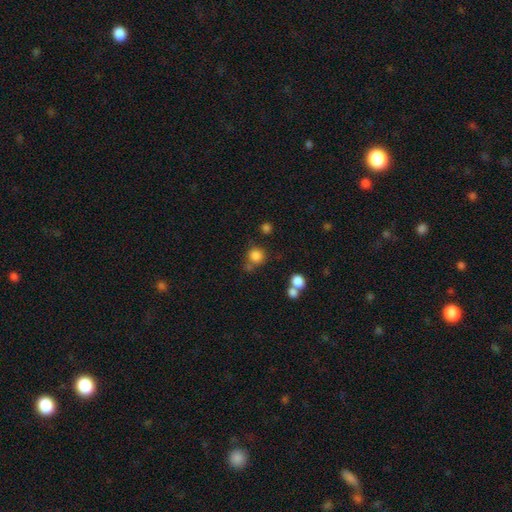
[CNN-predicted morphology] Smooth or featured?
  - smooth: 82% *
  - star or artifact: 13%
  - featured or disk: 5%
How rounded?
  - round: 91% *
  - in between: 8%
  - cigar-shaped: 1%
Merging?
  - none: 68% *
  - merger: 15%
  - minor disturbance: 11%
  - major disturbance: 5%